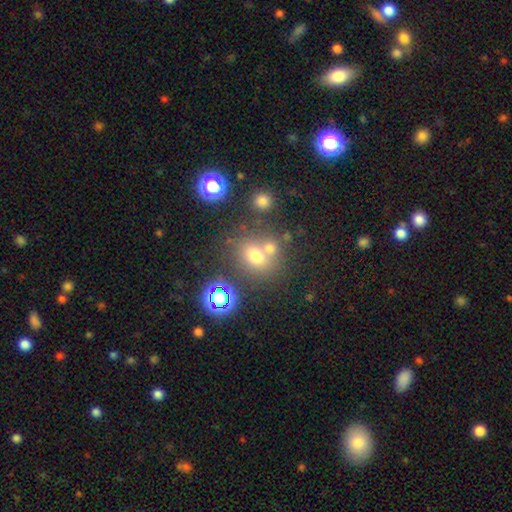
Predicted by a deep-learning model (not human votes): Smooth or featured: smooth — 66% (star or artifact — 21%)
How rounded: round — 65% (in between — 34%)
Merging: none — 52% (merger — 32%)